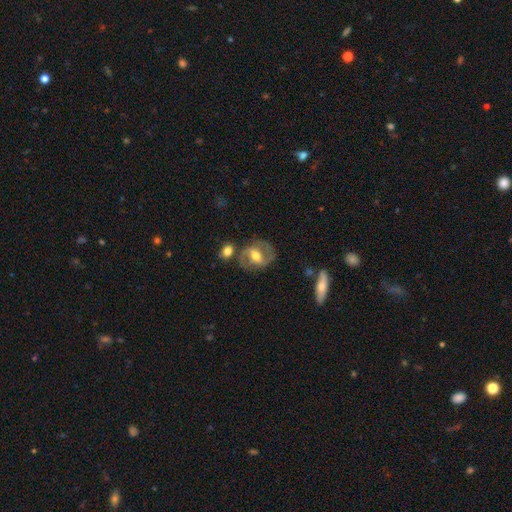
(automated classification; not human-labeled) Smooth or featured?
  - featured or disk: 70% *
  - smooth: 24%
  - star or artifact: 6%
Edge-on disk?
  - no: 94% *
  - yes: 6%
Bar?
  - strong: 42% *
  - weak: 39%
  - no: 20%
Spiral arms?
  - yes: 76% *
  - no: 24%
Spiral winding?
  - medium: 49% *
  - tight: 26%
  - loose: 24%
Spiral arm count?
  - 2: 85% *
  - can't tell: 9%
  - 1: 3%
  - 3: 1%
  - 4: 1%
  - more than 4: 1%
Bulge size?
  - moderate: 70% *
  - small: 16%
  - large: 11%
  - none: 1%
  - dominant: 1%
Merging?
  - none: 69% *
  - minor disturbance: 16%
  - major disturbance: 7%
  - merger: 7%